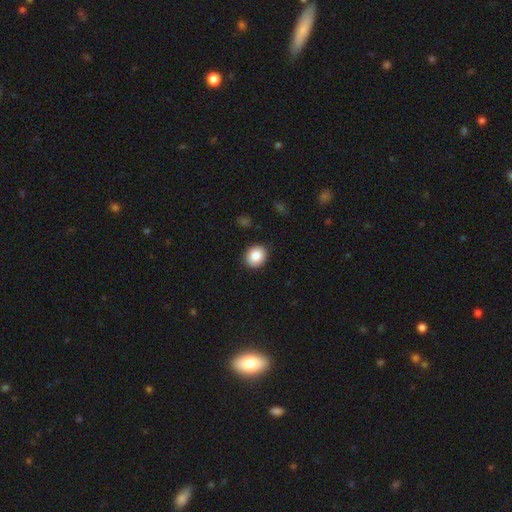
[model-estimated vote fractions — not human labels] Smooth or featured?
  - smooth: 87% *
  - star or artifact: 8%
  - featured or disk: 5%
How rounded?
  - round: 66% *
  - in between: 33%
  - cigar-shaped: 1%
Merging?
  - none: 90% *
  - minor disturbance: 7%
  - major disturbance: 2%
  - merger: 1%